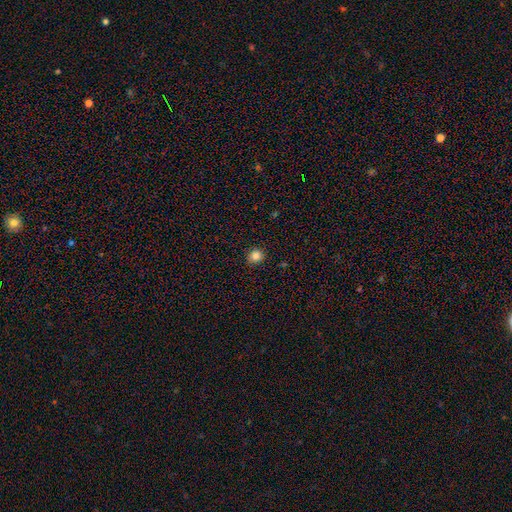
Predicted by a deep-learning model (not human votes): This appears to be a smooth galaxy with no disk features (84%) that is round (85%). Merging: none (89%).